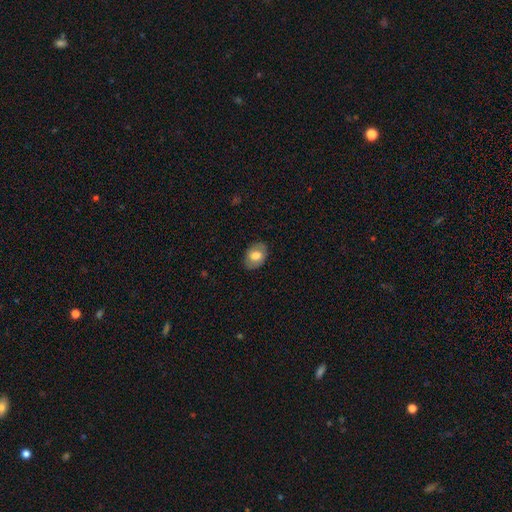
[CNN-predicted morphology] Smooth or featured?
  - smooth: 72% *
  - featured or disk: 21%
  - star or artifact: 7%
How rounded?
  - in between: 74% *
  - round: 25%
  - cigar-shaped: 1%
Merging?
  - none: 84% *
  - minor disturbance: 12%
  - major disturbance: 3%
  - merger: 1%